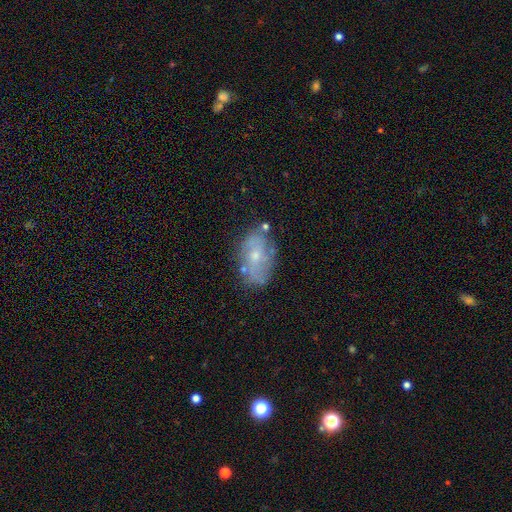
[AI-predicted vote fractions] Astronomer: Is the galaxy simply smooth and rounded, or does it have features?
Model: featured or disk — 55% (runner-up: smooth, 36%).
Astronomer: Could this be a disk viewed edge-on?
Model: no — 94%.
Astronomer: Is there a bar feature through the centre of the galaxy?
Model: no — 73%.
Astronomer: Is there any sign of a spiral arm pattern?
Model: yes — 56% (runner-up: no, 44%).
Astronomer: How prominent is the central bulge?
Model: small — 56% (runner-up: moderate, 39%).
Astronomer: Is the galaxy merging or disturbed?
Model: none — 64%.